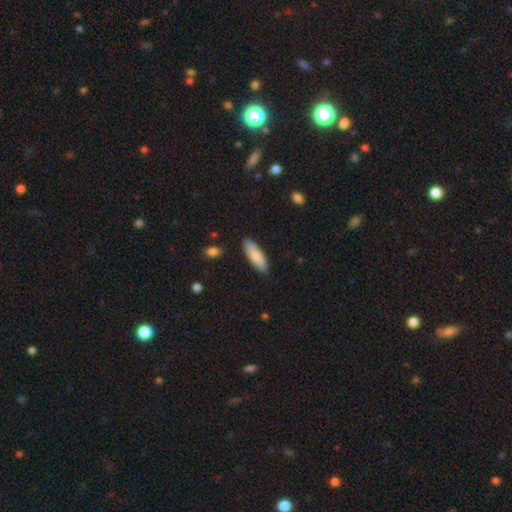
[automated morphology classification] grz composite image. It shows a smooth galaxy with no disk features (84%) that is in between round and cigar-shaped (57%). Merging: none (86%).